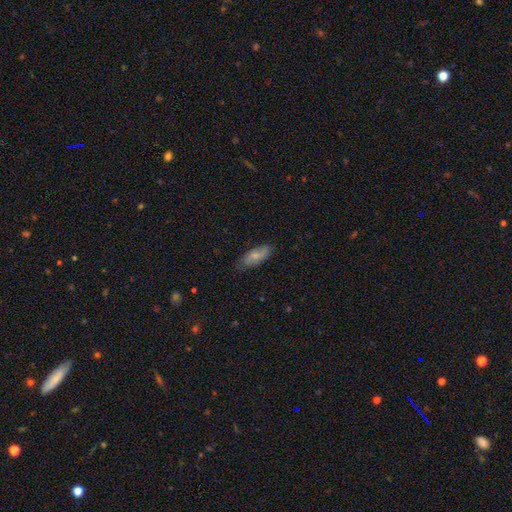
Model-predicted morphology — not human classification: Smooth or featured: smooth — 68% (featured or disk — 26%)
How rounded: in between — 80% (cigar-shaped — 18%)
Merging: none — 75% (minor disturbance — 20%)